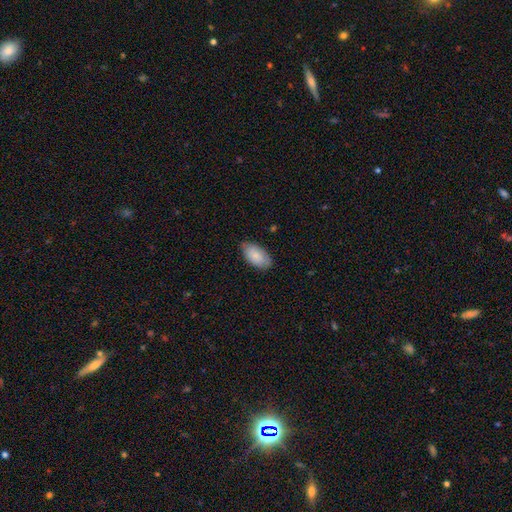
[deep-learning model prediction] Smooth or featured? Predicted: smooth (p=0.85). How rounded? Predicted: in between (p=0.95). Merging? Predicted: none (p=0.79).